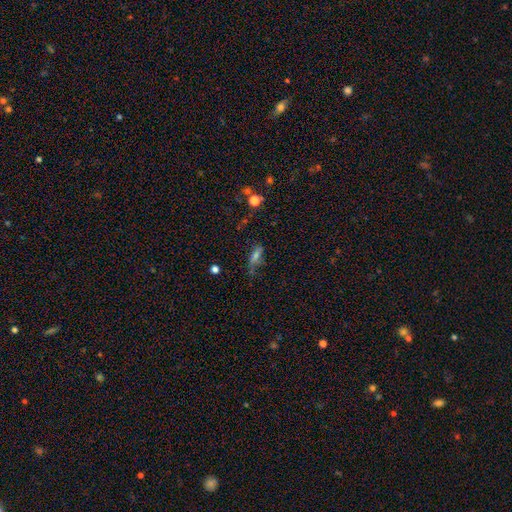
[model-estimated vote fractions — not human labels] Smooth or featured? Predicted: smooth (p=0.42). Merging? Predicted: none (p=0.47).